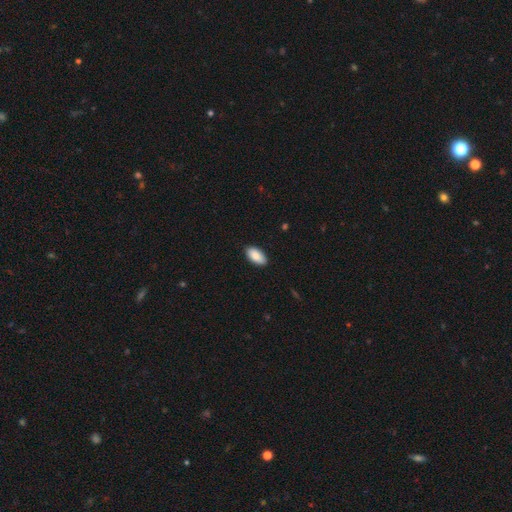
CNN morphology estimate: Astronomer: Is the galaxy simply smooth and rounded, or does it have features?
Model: smooth — 89%.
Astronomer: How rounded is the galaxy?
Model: in between — 95%.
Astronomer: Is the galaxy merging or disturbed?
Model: none — 89%.